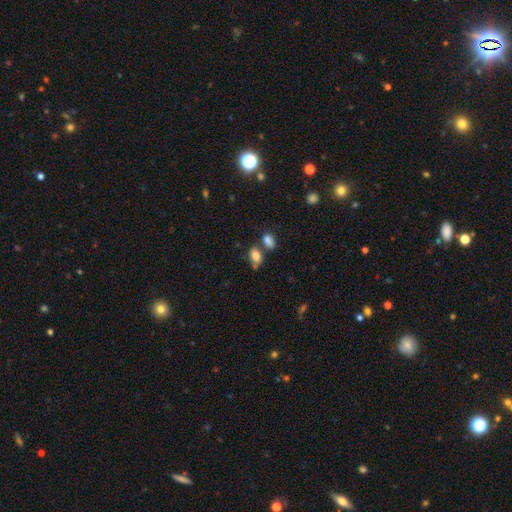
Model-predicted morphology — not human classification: type=smooth (79%); roundness=in between (87%); merging=none (52%).